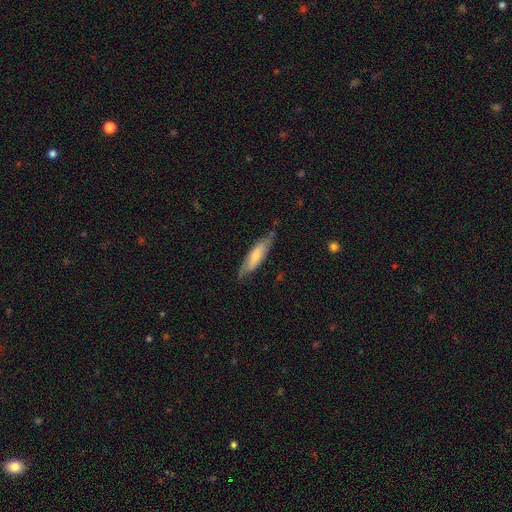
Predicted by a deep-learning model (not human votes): Smooth or featured: smooth — 57% (featured or disk — 38%)
How rounded: cigar-shaped — 60% (in between — 38%)
Merging: none — 71% (minor disturbance — 22%)